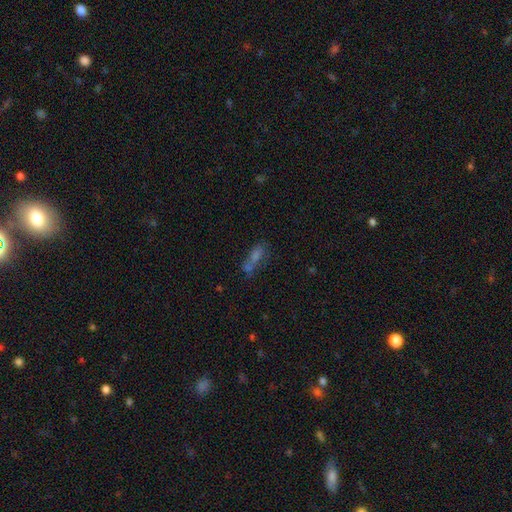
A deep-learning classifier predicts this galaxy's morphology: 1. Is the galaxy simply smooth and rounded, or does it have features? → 51% smooth, 26% star or artifact, 22% featured or disk.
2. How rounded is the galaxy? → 53% in between, 39% cigar-shaped, 9% round.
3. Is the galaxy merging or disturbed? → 46% none, 29% merger, 15% minor disturbance, 10% major disturbance.